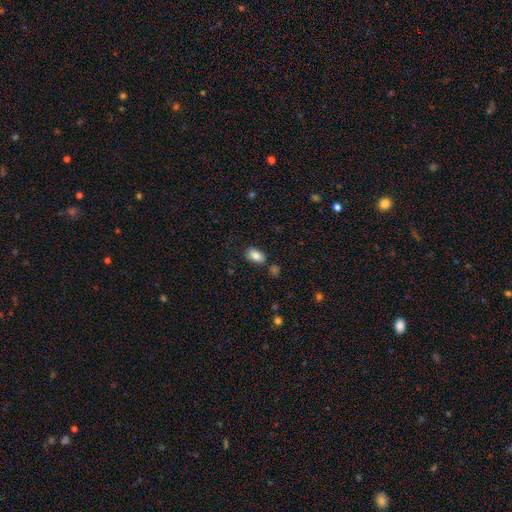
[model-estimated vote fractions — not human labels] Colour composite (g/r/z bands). It shows a smooth galaxy with no disk features (85%) that is in between round and cigar-shaped (89%). Merging: none (77%).